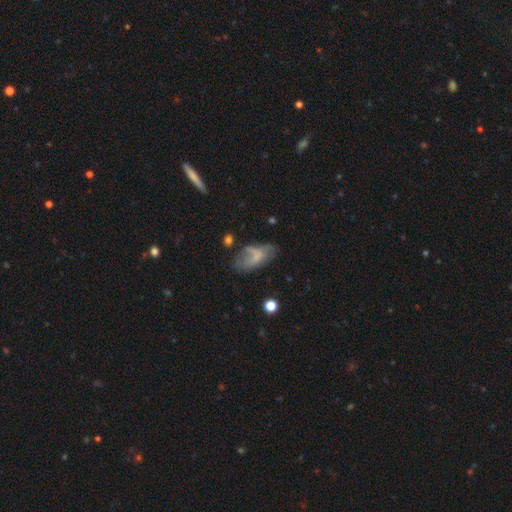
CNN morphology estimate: This is possibly a smooth galaxy (56%). How rounded: clearly in between (89%). Merging: marginally none (40%).